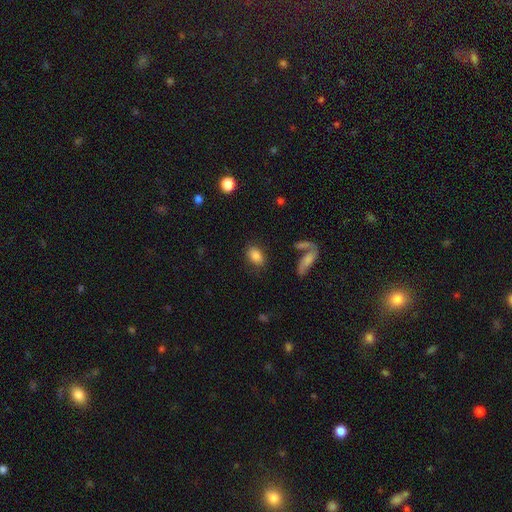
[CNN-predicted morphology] This is clearly a smooth galaxy (83%). How rounded: clearly in between (85%). Merging: likely none (76%).